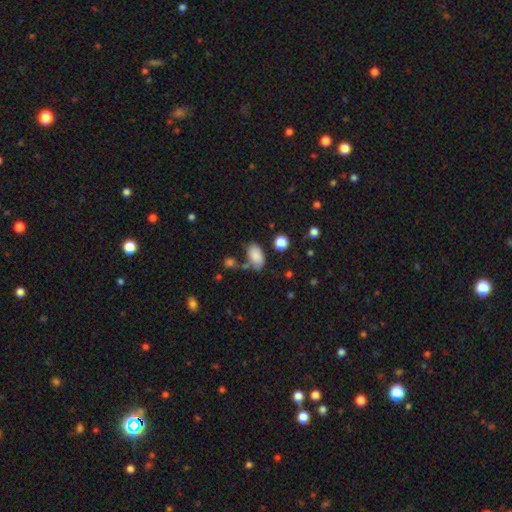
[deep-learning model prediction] This appears to be a smooth galaxy with no disk features (85%) that is in between round and cigar-shaped (92%). Merging: none (63%).